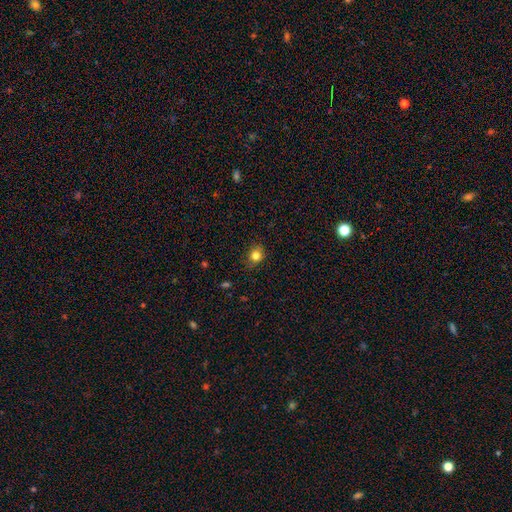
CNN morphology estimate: Smooth or featured: smooth — 80% (star or artifact — 13%)
How rounded: round — 68% (in between — 31%)
Merging: none — 82% (minor disturbance — 14%)